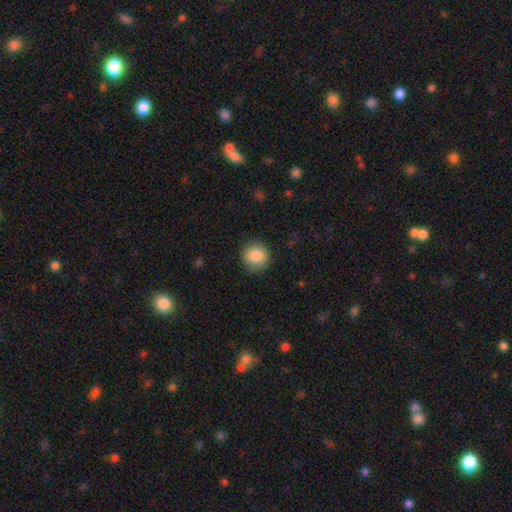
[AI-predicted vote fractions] A smooth galaxy with no disk features (87%) that is round (91%). Merging: none (87%).